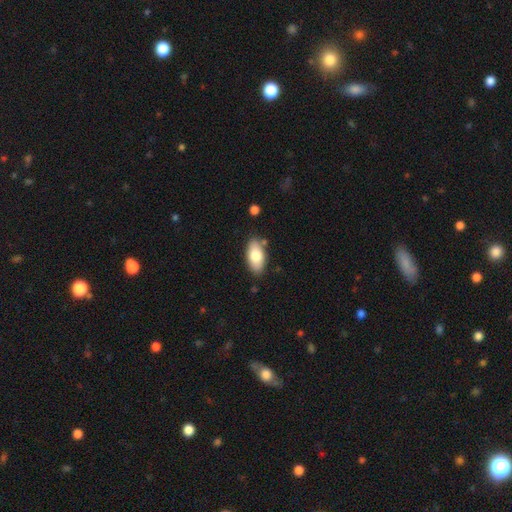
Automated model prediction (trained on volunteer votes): smooth_or_featured: smooth (p=0.78) [alt: featured or disk p=0.16]
how_rounded: in between (p=0.92) [alt: cigar-shaped p=0.05]
merging: none (p=0.82) [alt: minor disturbance p=0.12]